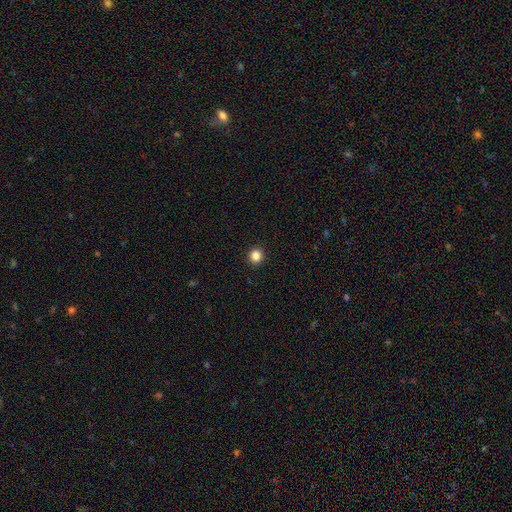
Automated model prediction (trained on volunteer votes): This appears to be a smooth galaxy with no disk features (85%) that is round (91%). Merging: none (93%).